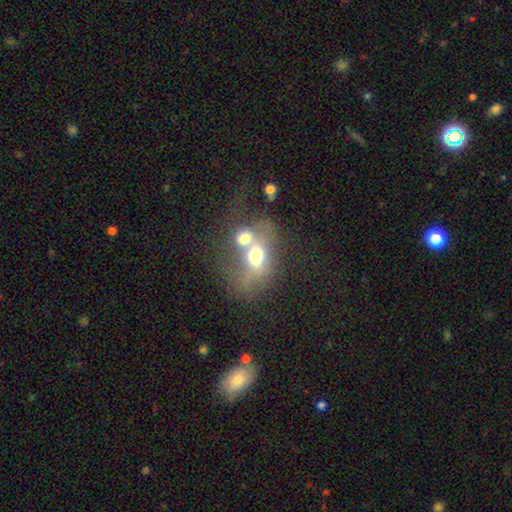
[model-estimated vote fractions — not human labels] This appears to be a smooth galaxy with no disk features (57%) that is in between round and cigar-shaped (59%). Merging: merger (69%).